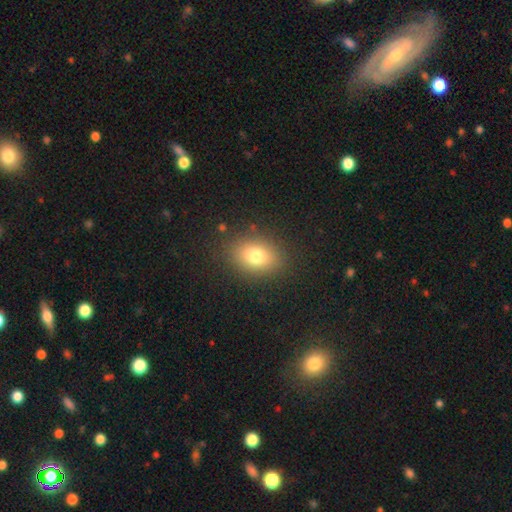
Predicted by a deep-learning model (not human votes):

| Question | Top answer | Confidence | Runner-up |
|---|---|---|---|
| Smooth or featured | smooth | 77% | star or artifact (13%) |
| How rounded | in between | 62% | round (36%) |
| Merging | none | 86% | minor disturbance (9%) |